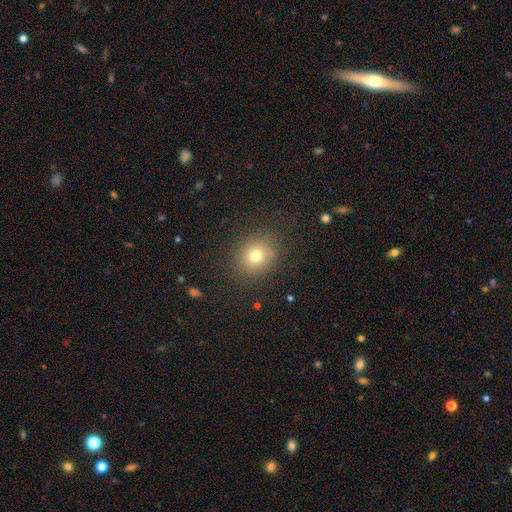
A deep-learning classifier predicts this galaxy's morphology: Overall: smooth (73%). How rounded: round (73%). Merging: none (81%).